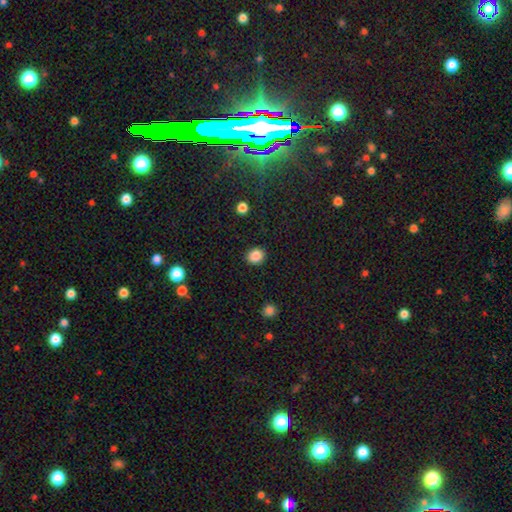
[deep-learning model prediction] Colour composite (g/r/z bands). It shows a smooth galaxy with no disk features (86%) that is round (66%). Merging: none (90%).